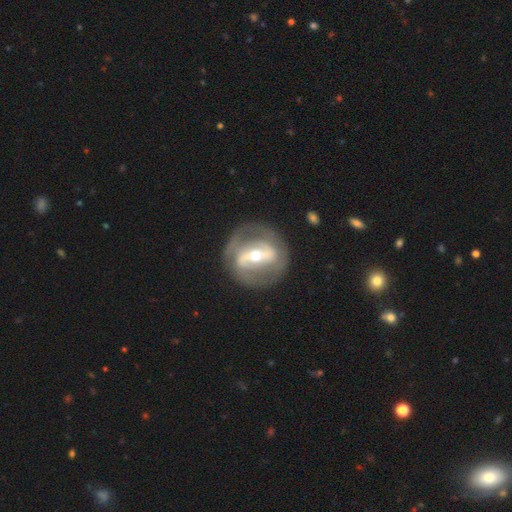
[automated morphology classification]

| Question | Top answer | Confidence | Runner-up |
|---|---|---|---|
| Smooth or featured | featured or disk | 79% | smooth (16%) |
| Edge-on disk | no | 93% | yes (7%) |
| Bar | strong | 63% | weak (23%) |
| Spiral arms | yes | 60% | no (40%) |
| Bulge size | moderate | 57% | small (37%) |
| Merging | none | 77% | minor disturbance (13%) |